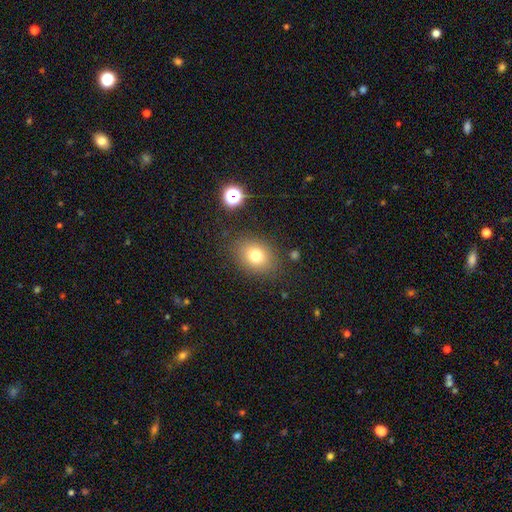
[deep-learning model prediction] Smooth or featured? smooth (76%)
How rounded? in between (53%)
Merging? none (82%)